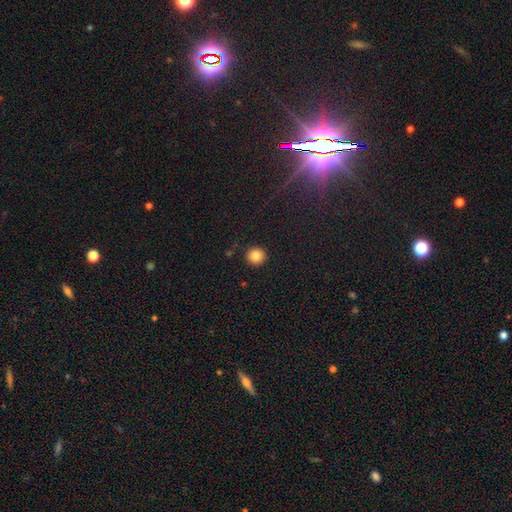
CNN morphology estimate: A smooth galaxy with no disk features (84%) that is round (92%). Merging: none (91%).